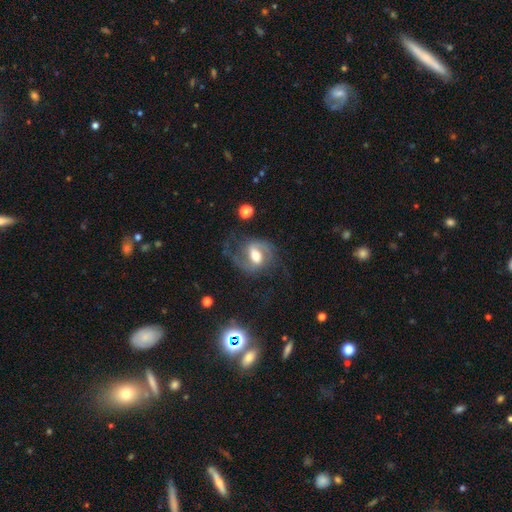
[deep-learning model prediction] Overall: featured or disk (83%). Edge-on disk: no (97%). Bar: weak (49%; strong 33%). Spiral arms: yes (95%). Spiral arm count: 2 (88%). Spiral winding: medium (54%; loose 31%). Bulge size: moderate (64%). Merging: none (62%).